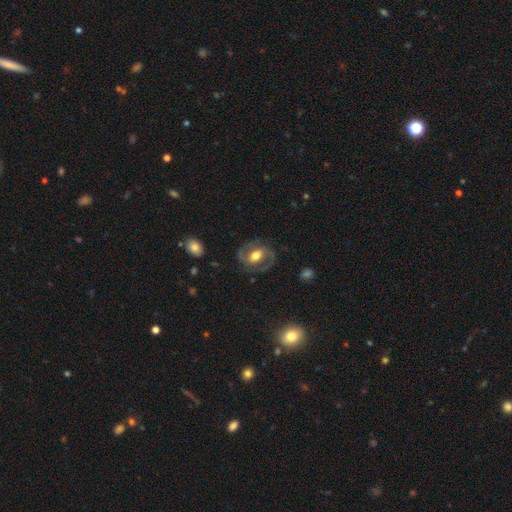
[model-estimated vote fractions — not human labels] smooth_or_featured: featured or disk (p=0.74) [alt: smooth p=0.19]
disk_edge_on: no (p=0.96) [alt: yes p=0.04]
bar: weak (p=0.40) [alt: no p=0.32]
has_spiral_arms: yes (p=0.85) [alt: no p=0.15]
spiral_winding: medium (p=0.54) [alt: tight p=0.30]
spiral_arm_count: 2 (p=0.89) [alt: can't tell p=0.05]
bulge_size: moderate (p=0.63) [alt: large p=0.25]
merging: none (p=0.79) [alt: minor disturbance p=0.12]